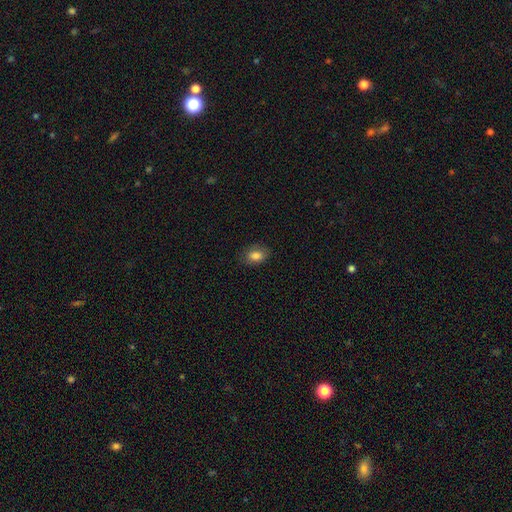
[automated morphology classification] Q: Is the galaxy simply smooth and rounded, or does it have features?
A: smooth — 84%.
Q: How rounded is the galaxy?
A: in between — 80%.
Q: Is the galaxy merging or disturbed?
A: none — 81%.